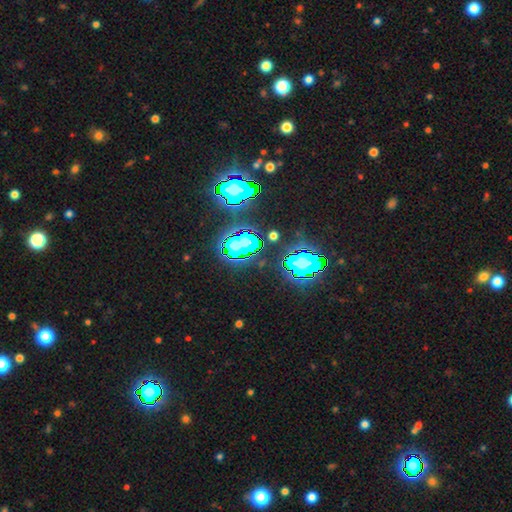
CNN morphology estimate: This is clearly a star or artifact rather than a galaxy (81%).